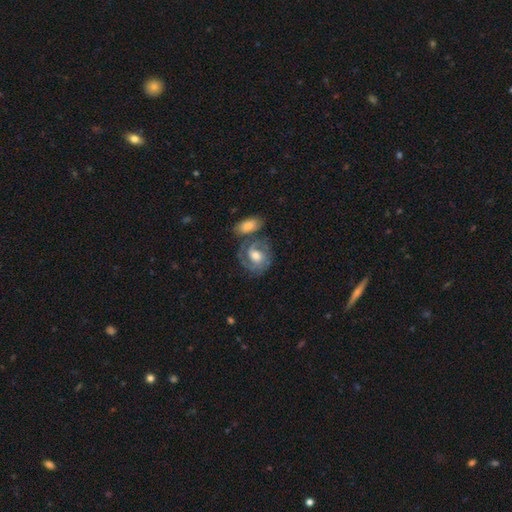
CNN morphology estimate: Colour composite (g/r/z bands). It shows a featured or disk galaxy (71%) with no bar (56%), 2 (58%) tight (53%) spiral arms (90%) and a moderate central bulge (66%). Merging: none (55%).